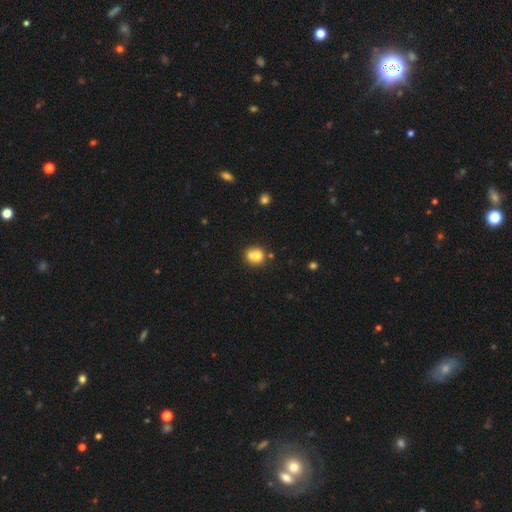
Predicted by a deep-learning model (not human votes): smooth_or_featured: smooth (p=0.71) [alt: featured or disk p=0.18]
how_rounded: round (p=0.75) [alt: in between p=0.24]
merging: merger (p=0.48) [alt: none p=0.38]